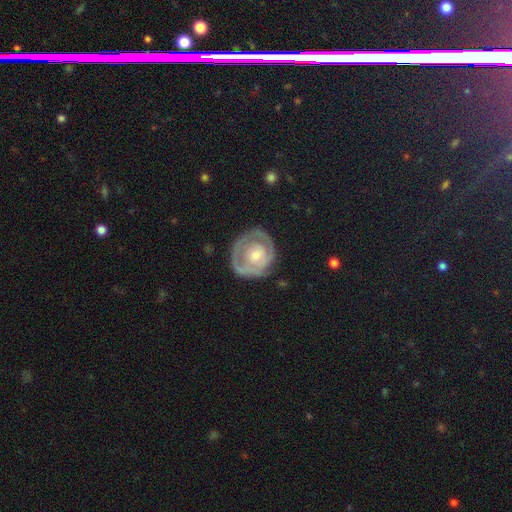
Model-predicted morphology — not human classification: A featured or disk galaxy (68%) with no bar (76%), spiral arms (63%) and a moderate central bulge (51%). Merging: none (67%).